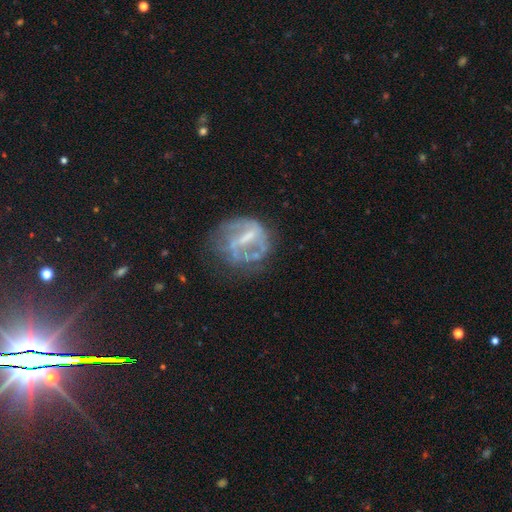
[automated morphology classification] A featured or disk galaxy (70%) with a weak bar (39%), no spiral arms (57%) and no central bulge (38%). Merging: none (48%).